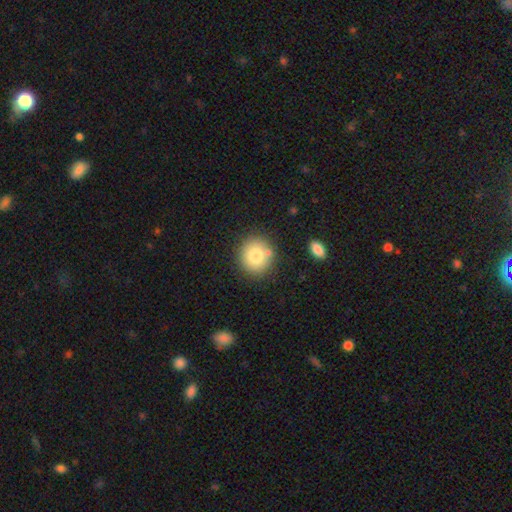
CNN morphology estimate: Smooth or featured?
  - smooth: 79% *
  - featured or disk: 11%
  - star or artifact: 10%
How rounded?
  - round: 84% *
  - in between: 15%
  - cigar-shaped: 1%
Merging?
  - none: 78% *
  - minor disturbance: 11%
  - merger: 8%
  - major disturbance: 3%